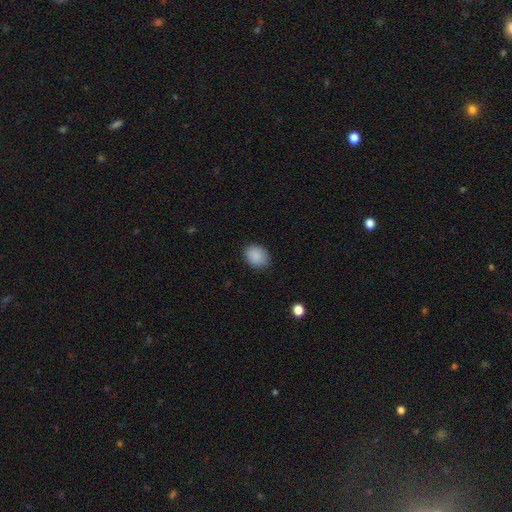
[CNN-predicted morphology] Smooth or featured?
  - smooth: 89% *
  - star or artifact: 8%
  - featured or disk: 3%
How rounded?
  - in between: 56% *
  - round: 43%
  - cigar-shaped: 1%
Merging?
  - none: 84% *
  - minor disturbance: 12%
  - major disturbance: 3%
  - merger: 1%